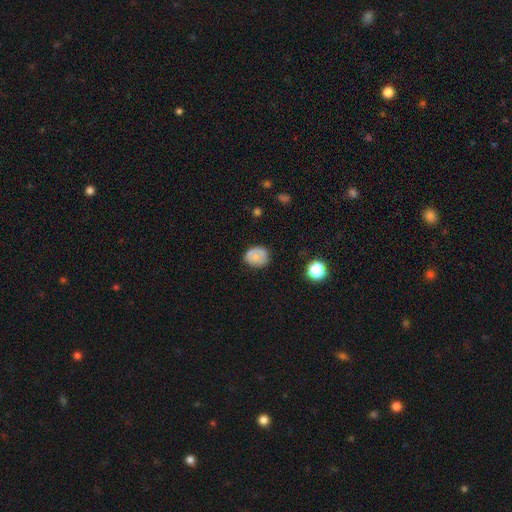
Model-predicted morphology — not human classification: smooth_or_featured: smooth (p=0.71) [alt: featured or disk p=0.19]
how_rounded: round (p=0.54) [alt: in between p=0.45]
merging: none (p=0.76) [alt: minor disturbance p=0.18]